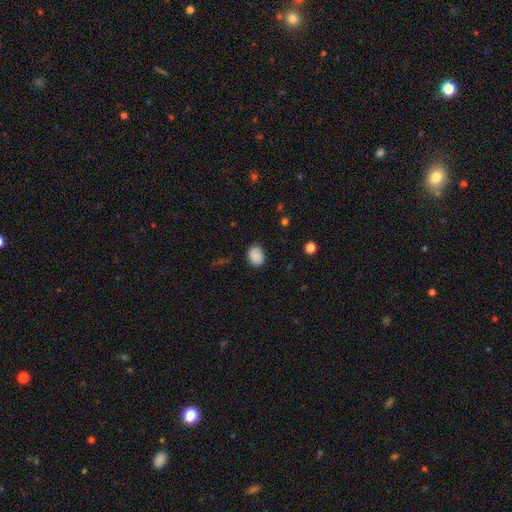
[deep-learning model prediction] A smooth galaxy with no disk features (88%) that is in between round and cigar-shaped (58%).

Vote fractions:
- Smooth or featured? smooth: 88% / star or artifact: 8% / featured or disk: 4%
- How rounded? in between: 58% / round: 41% / cigar-shaped: 1%
- Merging? none: 84% / minor disturbance: 12% / major disturbance: 3% / merger: 1%